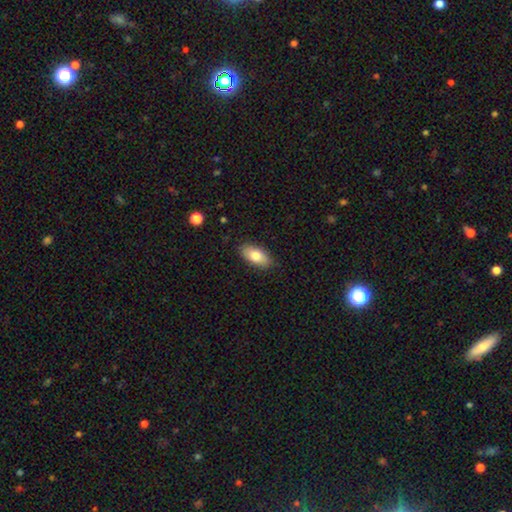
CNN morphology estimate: This appears to be a smooth galaxy with no disk features (78%) that is in between round and cigar-shaped (90%). Merging: none (85%).